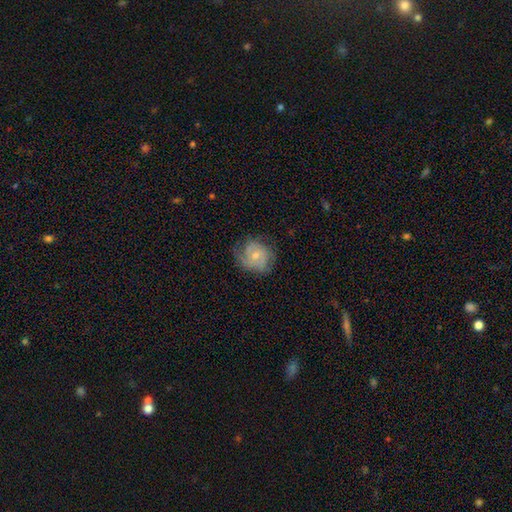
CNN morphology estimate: Smooth or featured?
  - featured or disk: 57% *
  - smooth: 36%
  - star or artifact: 7%
Edge-on disk?
  - no: 97% *
  - yes: 3%
Bar?
  - no: 72% *
  - weak: 24%
  - strong: 4%
Spiral arms?
  - yes: 82% *
  - no: 18%
Bulge size?
  - small: 50% *
  - moderate: 45%
  - none: 2%
  - large: 2%
  - dominant: 1%
Merging?
  - none: 63% *
  - minor disturbance: 24%
  - major disturbance: 12%
  - merger: 1%